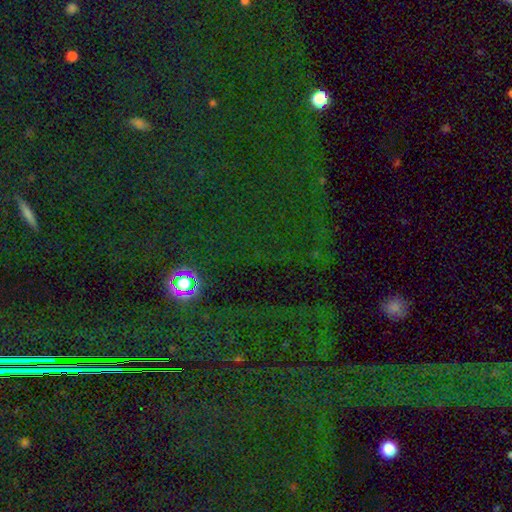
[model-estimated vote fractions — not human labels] A star or artifact, not a galaxy (80%).